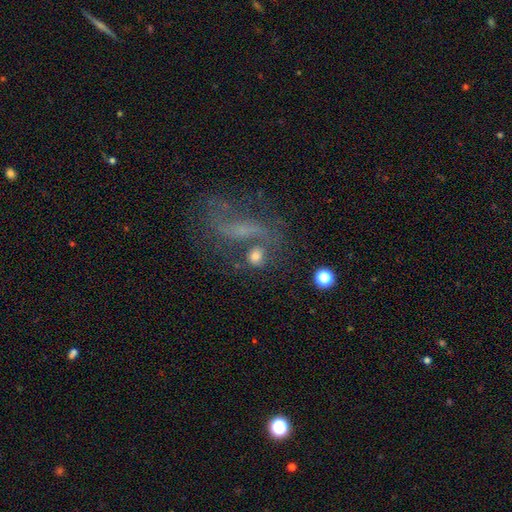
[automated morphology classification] type=featured or disk (46%); merging=none (47%).